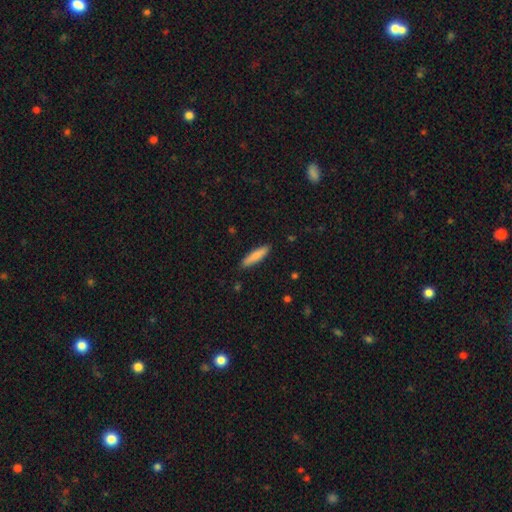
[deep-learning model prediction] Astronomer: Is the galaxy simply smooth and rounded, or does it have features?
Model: smooth — 79%.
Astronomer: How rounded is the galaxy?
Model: cigar-shaped — 79%.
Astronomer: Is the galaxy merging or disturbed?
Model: none — 89%.